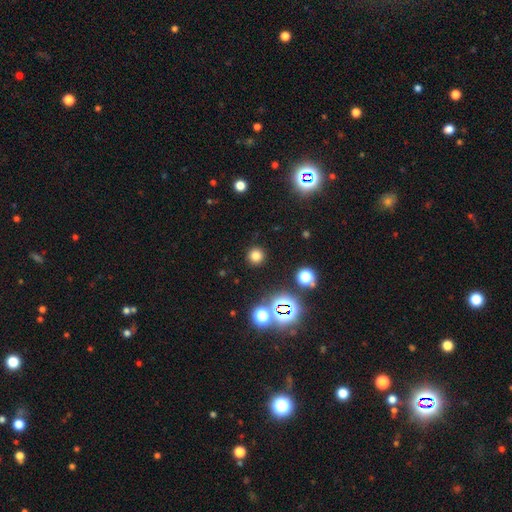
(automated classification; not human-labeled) Smooth or featured? Predicted: smooth (p=0.75). How rounded? Predicted: round (p=0.95). Merging? Predicted: none (p=0.91).